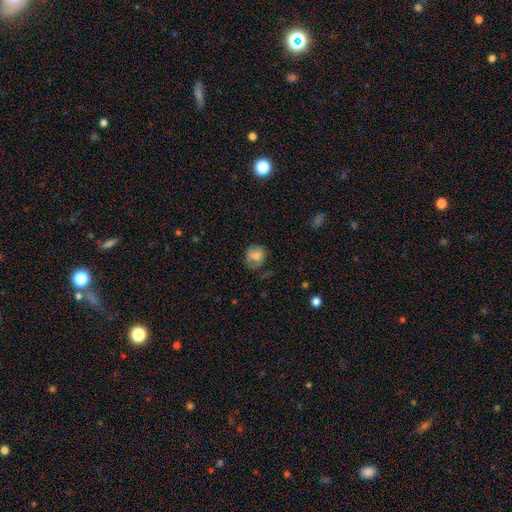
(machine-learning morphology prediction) smooth-or-featured: smooth: 75% | featured or disk: 15% | star or artifact: 10%
  how-rounded: round: 74% | in between: 25% | cigar-shaped: 1%
  merging: none: 59% | minor disturbance: 25% | major disturbance: 10% | merger: 5%